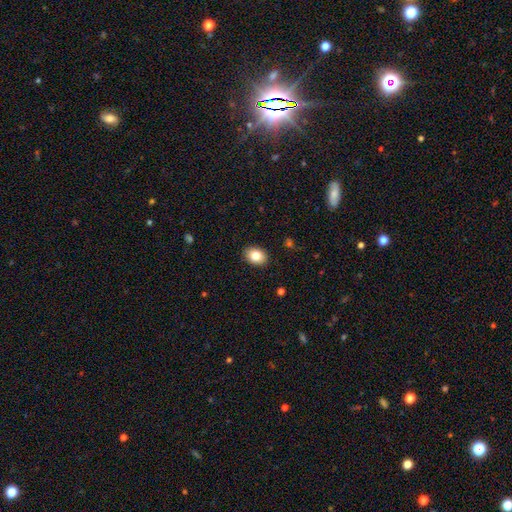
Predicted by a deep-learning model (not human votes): Morphology: type=smooth (84%); roundness=in between (76%); merging=none (90%).